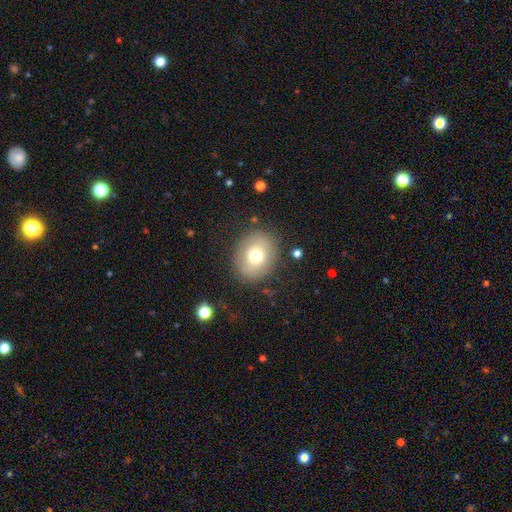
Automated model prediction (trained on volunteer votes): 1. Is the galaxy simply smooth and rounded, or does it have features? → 72% smooth, 18% featured or disk, 10% star or artifact.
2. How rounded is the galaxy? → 64% round, 35% in between, 1% cigar-shaped.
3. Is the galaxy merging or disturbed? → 84% none, 10% minor disturbance, 4% major disturbance, 2% merger.